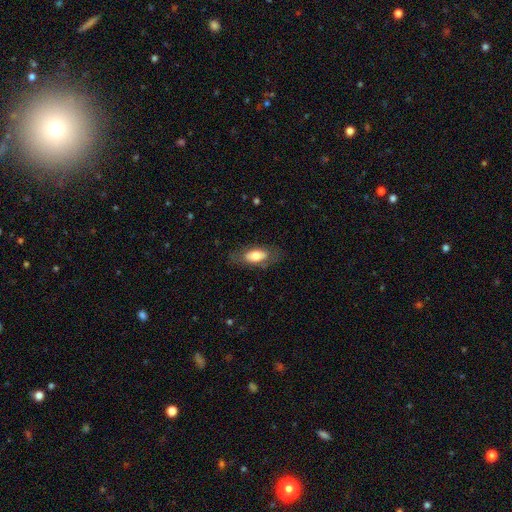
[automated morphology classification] smooth 64%, featured or disk 29%, star or artifact 6%. Down the decision tree: how rounded — in between (85%); merging — none (74%).